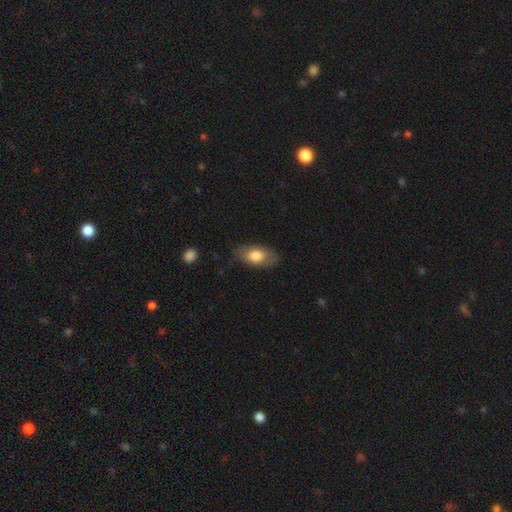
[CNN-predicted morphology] Smooth or featured?
  - smooth: 74% *
  - featured or disk: 20%
  - star or artifact: 6%
How rounded?
  - in between: 91% *
  - round: 5%
  - cigar-shaped: 4%
Merging?
  - none: 80% *
  - minor disturbance: 15%
  - major disturbance: 4%
  - merger: 1%